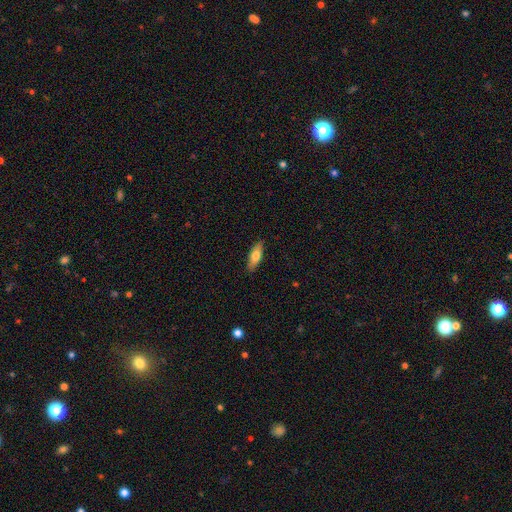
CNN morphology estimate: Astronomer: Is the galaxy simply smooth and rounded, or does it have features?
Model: smooth — 69%.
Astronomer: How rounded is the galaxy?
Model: in between — 57% (runner-up: cigar-shaped, 40%).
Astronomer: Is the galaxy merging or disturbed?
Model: none — 88%.